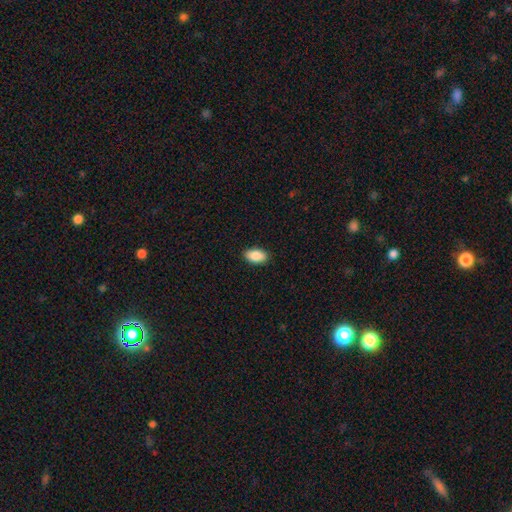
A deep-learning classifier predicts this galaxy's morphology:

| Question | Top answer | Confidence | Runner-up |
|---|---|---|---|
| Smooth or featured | smooth | 89% | star or artifact (7%) |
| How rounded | in between | 94% | round (4%) |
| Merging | none | 90% | minor disturbance (8%) |